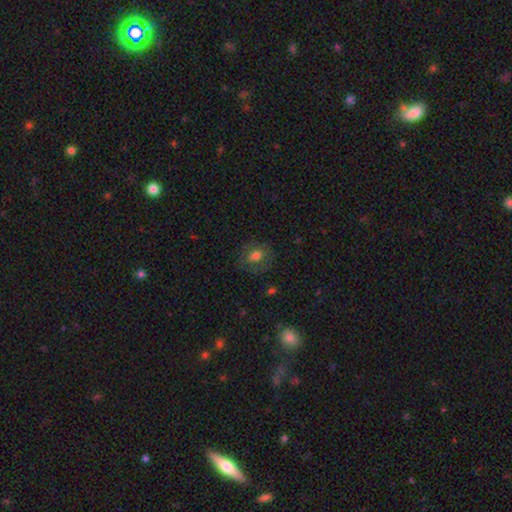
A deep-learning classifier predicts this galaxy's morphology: A smooth galaxy with no disk features (63%) that is in between round and cigar-shaped (57%).

Vote fractions:
- Smooth or featured? smooth: 63% / featured or disk: 27% / star or artifact: 11%
- How rounded? in between: 57% / round: 42% / cigar-shaped: 2%
- Merging? none: 75% / minor disturbance: 15% / major disturbance: 9% / merger: 1%